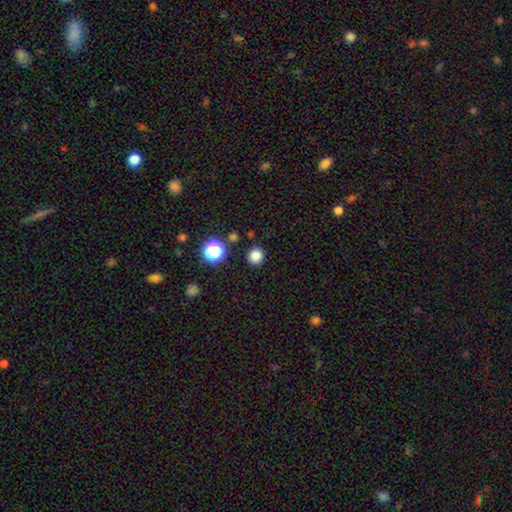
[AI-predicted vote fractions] The model was most divided on "smooth or featured": smooth: 82%, star or artifact: 14%, featured or disk: 4%. More confident: how rounded — round (93%); merging — none (90%).